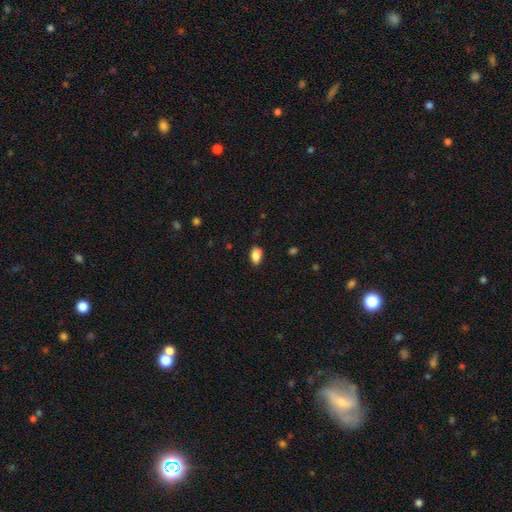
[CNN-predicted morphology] Smooth or featured?
  - smooth: 87% *
  - star or artifact: 8%
  - featured or disk: 5%
How rounded?
  - in between: 90% *
  - round: 8%
  - cigar-shaped: 2%
Merging?
  - none: 82% *
  - minor disturbance: 14%
  - major disturbance: 3%
  - merger: 1%